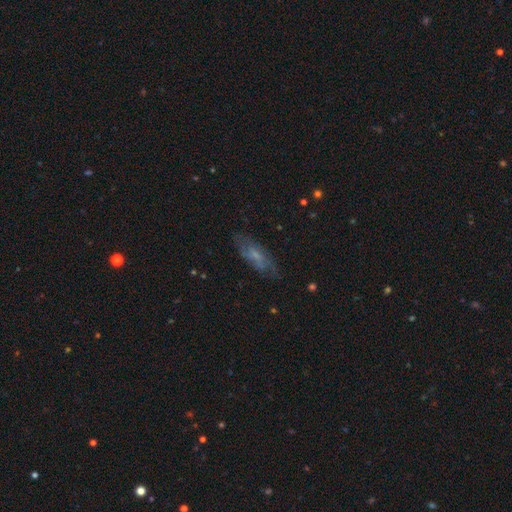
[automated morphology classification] Smooth or featured: featured or disk — 46% (smooth — 44%)
Merging: none — 68% (minor disturbance — 21%)